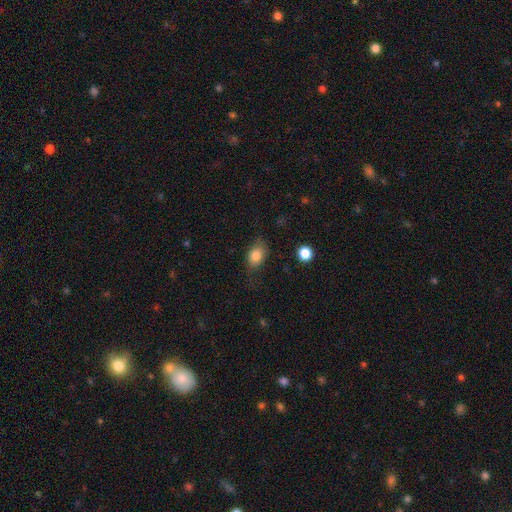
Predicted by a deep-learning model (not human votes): This is clearly a smooth galaxy (81%). How rounded: likely in between (77%). Merging: likely none (68%).